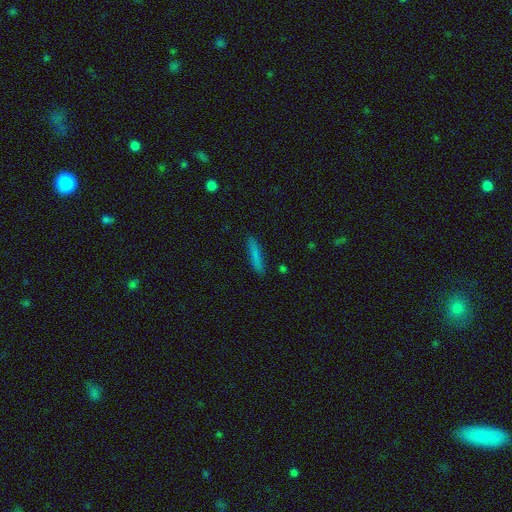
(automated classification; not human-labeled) Smooth or featured: smooth — 76% (featured or disk — 17%)
How rounded: cigar-shaped — 90% (in between — 8%)
Merging: none — 87% (minor disturbance — 10%)